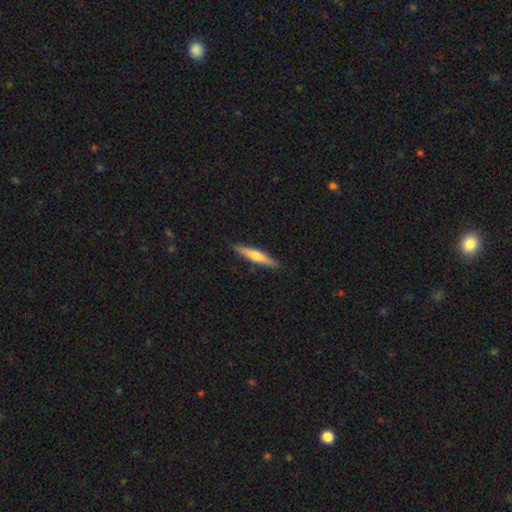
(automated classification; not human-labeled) Morphology: type=smooth (49%); merging=none (89%).